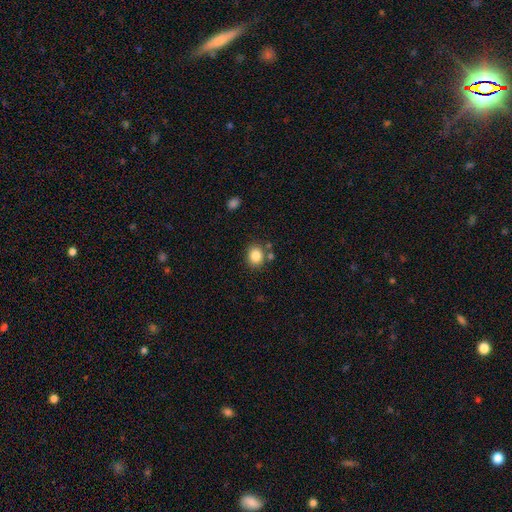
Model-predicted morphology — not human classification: Smooth or featured?
  - smooth: 84% *
  - star or artifact: 10%
  - featured or disk: 6%
How rounded?
  - round: 69% *
  - in between: 30%
  - cigar-shaped: 1%
Merging?
  - none: 77% *
  - minor disturbance: 11%
  - merger: 9%
  - major disturbance: 3%